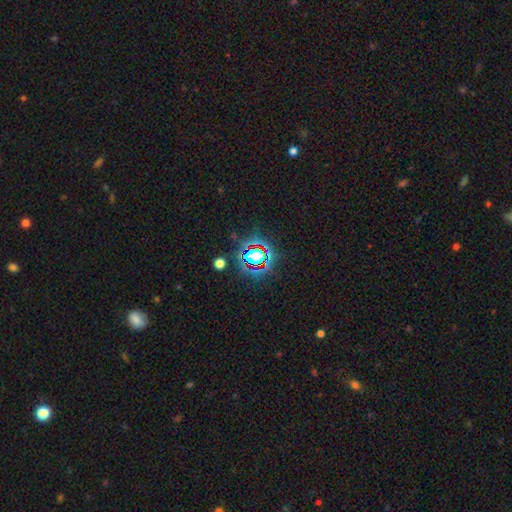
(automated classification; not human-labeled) smooth-or-featured: star or artifact: 66% | smooth: 22% | featured or disk: 12%